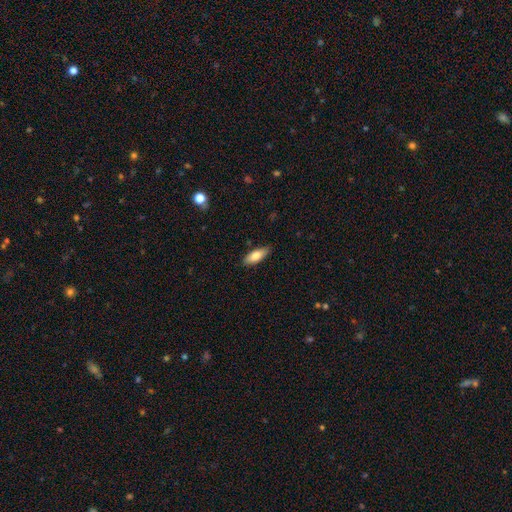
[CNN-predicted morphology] smooth-or-featured: smooth: 79% | featured or disk: 15% | star or artifact: 6%
  how-rounded: in between: 71% | cigar-shaped: 27% | round: 2%
  merging: none: 85% | minor disturbance: 12% | major disturbance: 2% | merger: 1%